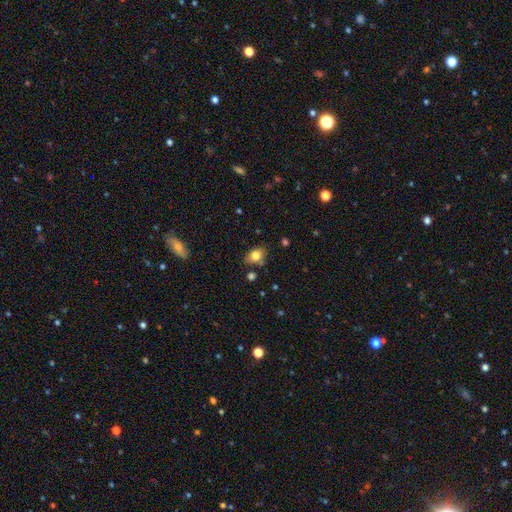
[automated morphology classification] type=smooth (79%); roundness=in between (67%); merging=none (69%).